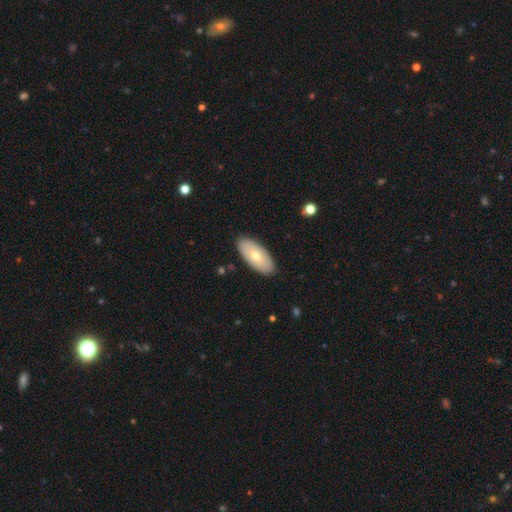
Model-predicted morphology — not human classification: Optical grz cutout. It shows a smooth galaxy with no disk features (66%) that is in between round and cigar-shaped (92%). Merging: none (89%).